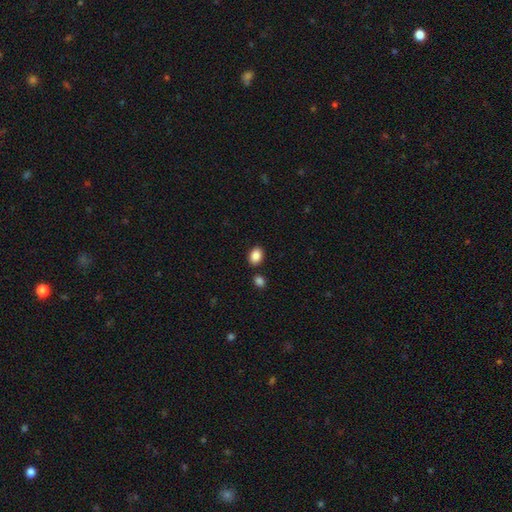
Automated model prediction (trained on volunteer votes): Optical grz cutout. It shows a smooth galaxy with no disk features (88%) that is in between round and cigar-shaped (74%). Merging: none (82%).